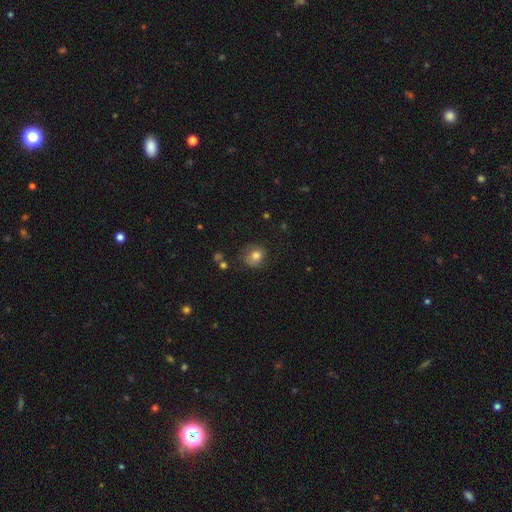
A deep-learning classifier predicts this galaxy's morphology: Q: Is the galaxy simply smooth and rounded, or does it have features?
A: smooth — 78%.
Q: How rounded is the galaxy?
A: round — 70%.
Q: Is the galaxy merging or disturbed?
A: none — 61%.